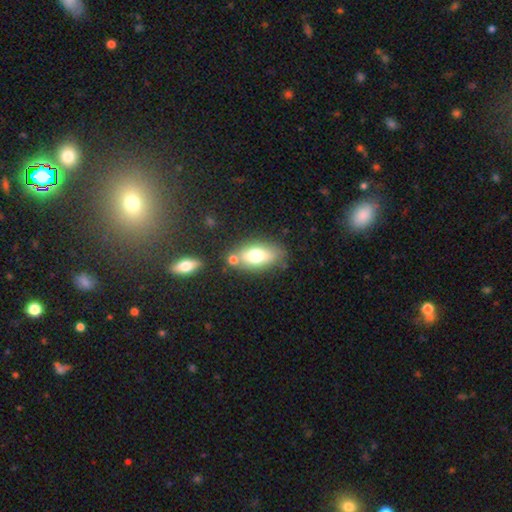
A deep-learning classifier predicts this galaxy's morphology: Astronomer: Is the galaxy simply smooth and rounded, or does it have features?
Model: smooth — 67%.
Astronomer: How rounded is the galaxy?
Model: in between — 85%.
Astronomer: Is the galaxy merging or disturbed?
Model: none — 65%.